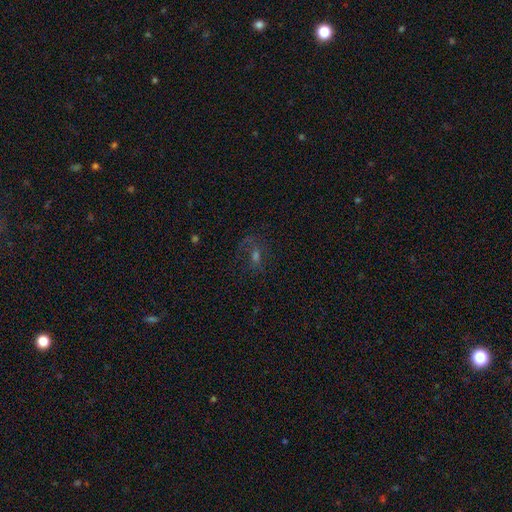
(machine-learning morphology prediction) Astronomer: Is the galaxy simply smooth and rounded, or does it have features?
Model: featured or disk — 41% (runner-up: smooth, 30%).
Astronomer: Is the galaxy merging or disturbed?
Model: none — 57%.